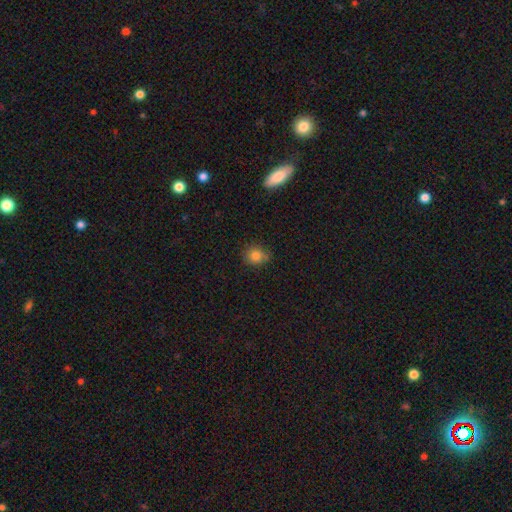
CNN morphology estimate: smooth-or-featured: smooth: 81% | star or artifact: 12% | featured or disk: 7%
  how-rounded: round: 80% | in between: 19% | cigar-shaped: 1%
  merging: none: 76% | minor disturbance: 17% | merger: 3% | major disturbance: 3%